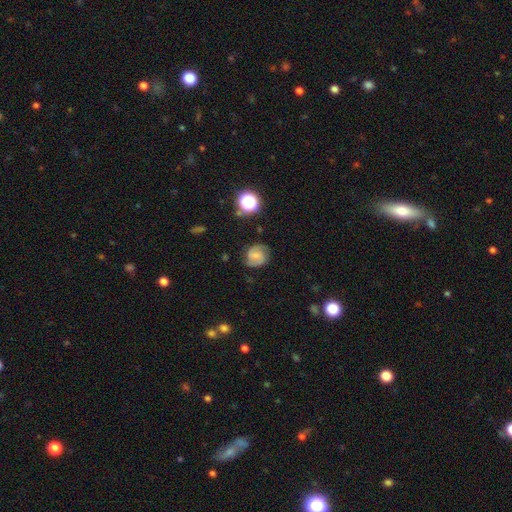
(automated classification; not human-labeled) Smooth or featured? Predicted: featured or disk (p=0.64). Edge-on disk? Predicted: no (p=0.98). Bar? Predicted: weak (p=0.46). Spiral arms? Predicted: yes (p=0.93). Spiral winding? Predicted: medium (p=0.47). Spiral arm count? Predicted: 2 (p=0.85). Bulge size? Predicted: small (p=0.53). Merging? Predicted: none (p=0.77).